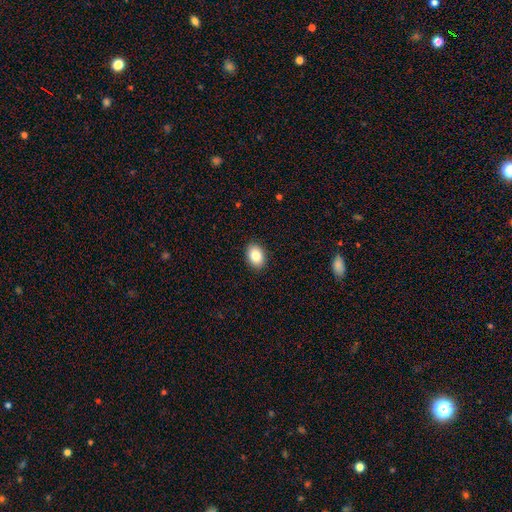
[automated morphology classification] Smooth or featured? smooth (86%)
How rounded? in between (81%)
Merging? none (90%)